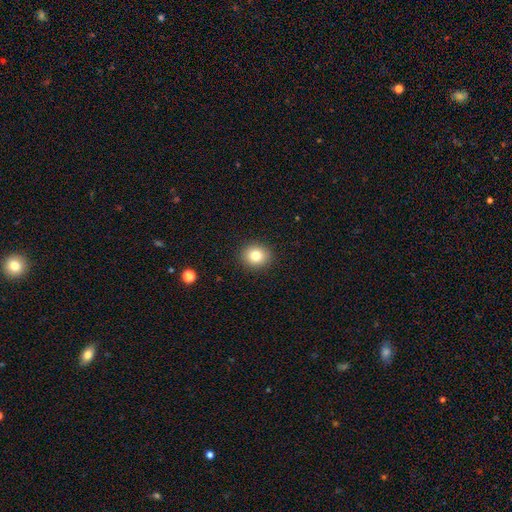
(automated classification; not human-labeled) Smooth or featured? Predicted: smooth (p=0.80). How rounded? Predicted: round (p=0.78). Merging? Predicted: none (p=0.91).